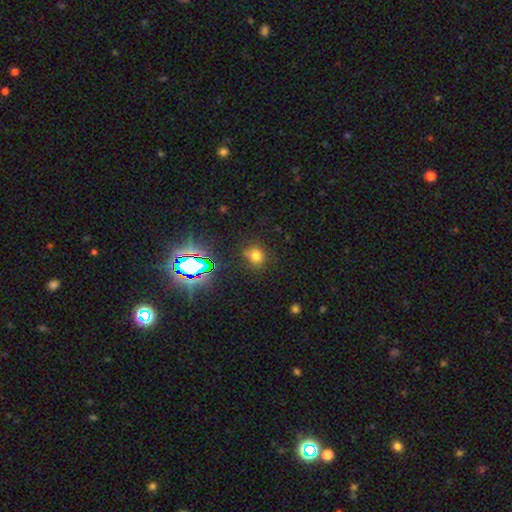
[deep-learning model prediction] Smooth or featured?
  - smooth: 68% *
  - star or artifact: 25%
  - featured or disk: 7%
How rounded?
  - round: 81% *
  - in between: 18%
  - cigar-shaped: 1%
Merging?
  - none: 77% *
  - minor disturbance: 13%
  - merger: 5%
  - major disturbance: 5%